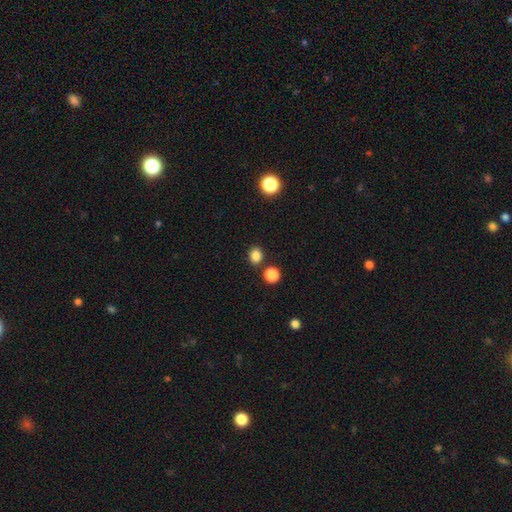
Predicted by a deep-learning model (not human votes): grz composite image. It shows a smooth galaxy with no disk features (83%) that is round (58%). Merging: none (79%).